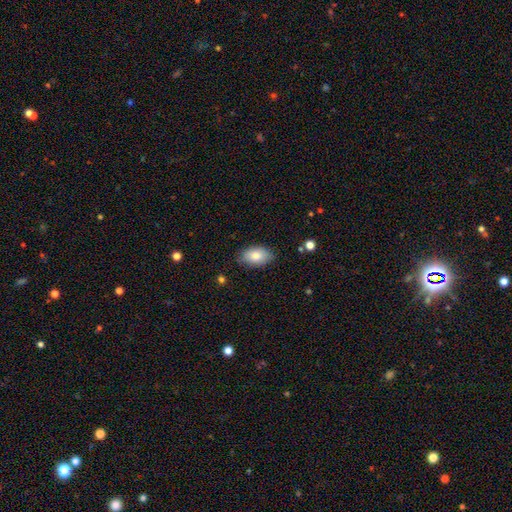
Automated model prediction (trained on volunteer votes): This is clearly a smooth galaxy (81%). How rounded: clearly in between (92%). Merging: clearly none (81%).